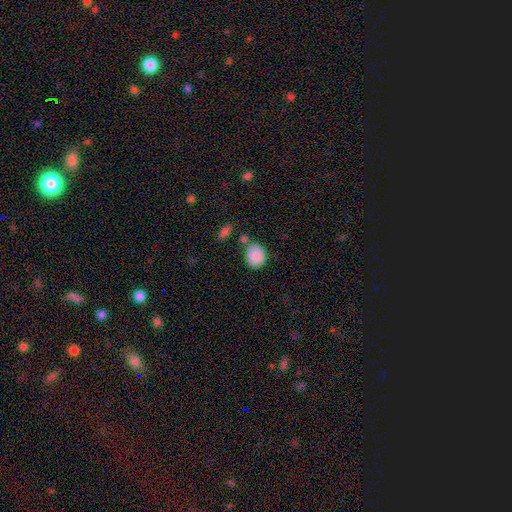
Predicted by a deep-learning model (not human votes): Morphology: type=smooth (87%); roundness=round (63%); merging=none (64%).